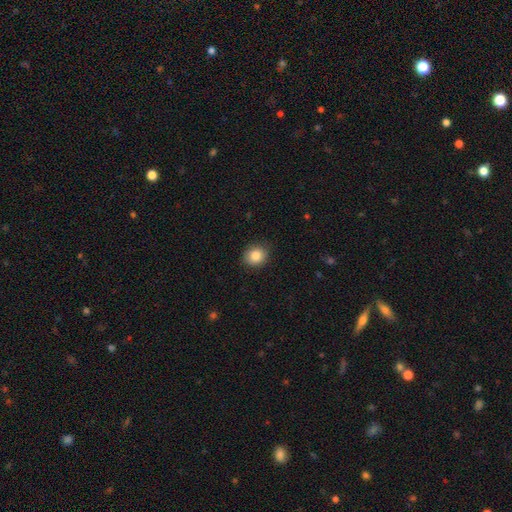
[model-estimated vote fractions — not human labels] smooth-or-featured: smooth: 85% | star or artifact: 9% | featured or disk: 6%
  how-rounded: round: 72% | in between: 27% | cigar-shaped: 1%
  merging: none: 86% | minor disturbance: 11% | major disturbance: 2% | merger: 1%